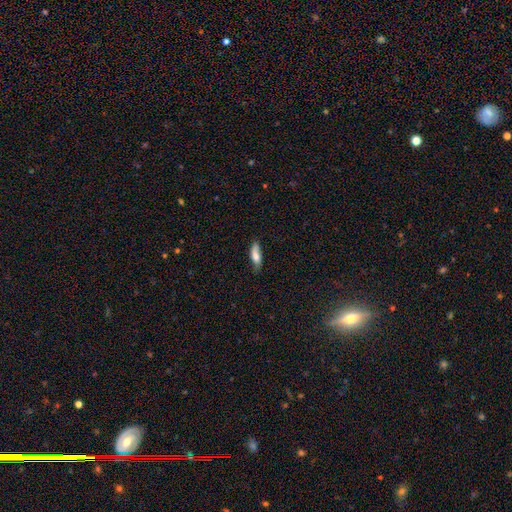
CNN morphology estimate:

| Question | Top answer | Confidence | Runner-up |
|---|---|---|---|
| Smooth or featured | smooth | 71% | featured or disk (22%) |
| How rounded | in between | 60% | cigar-shaped (38%) |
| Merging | none | 72% | minor disturbance (22%) |